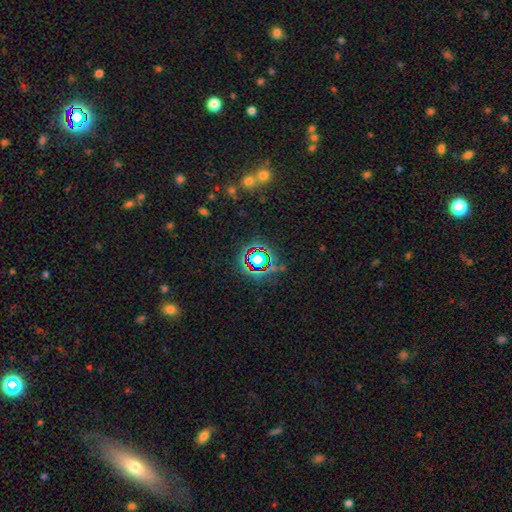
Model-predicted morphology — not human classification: smooth-or-featured: star or artifact: 71% | smooth: 17% | featured or disk: 11%